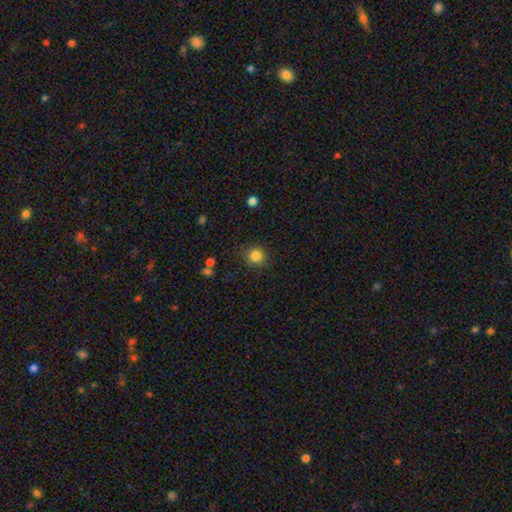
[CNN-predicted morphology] This appears to be a smooth galaxy with no disk features (83%) that is round (91%). Merging: none (86%).